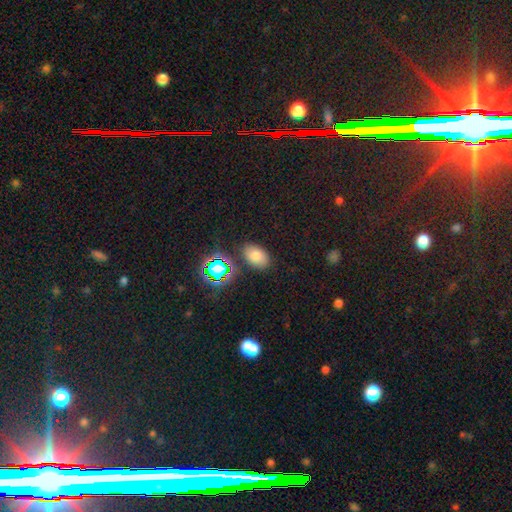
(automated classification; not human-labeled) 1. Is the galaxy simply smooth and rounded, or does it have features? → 72% smooth, 20% star or artifact, 9% featured or disk.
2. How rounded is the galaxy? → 86% in between, 13% round, 1% cigar-shaped.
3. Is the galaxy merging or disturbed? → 83% none, 11% minor disturbance, 4% merger, 3% major disturbance.